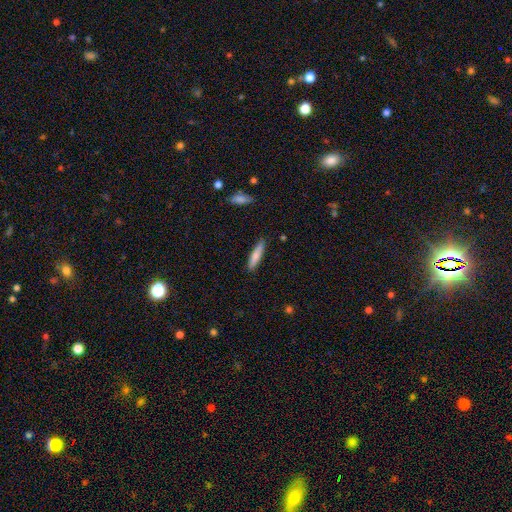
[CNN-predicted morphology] A smooth galaxy with no disk features (78%) that is cigar-shaped (83%). Merging: none (86%).